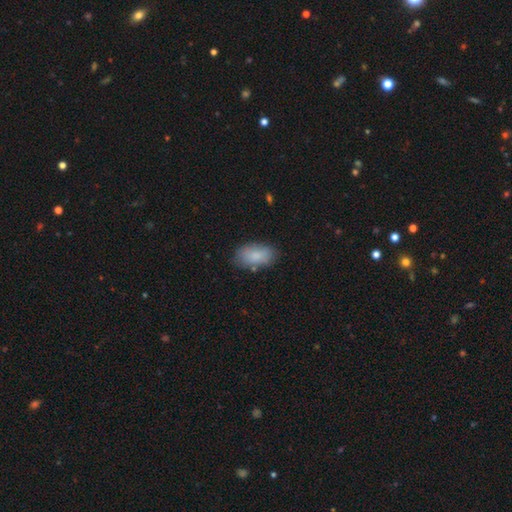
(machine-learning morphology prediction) Q: Smooth or featured?
A: smooth (84%); runner-up: featured or disk (9%)
Q: How rounded?
A: in between (93%); runner-up: round (4%)
Q: Merging?
A: none (78%); runner-up: minor disturbance (16%)